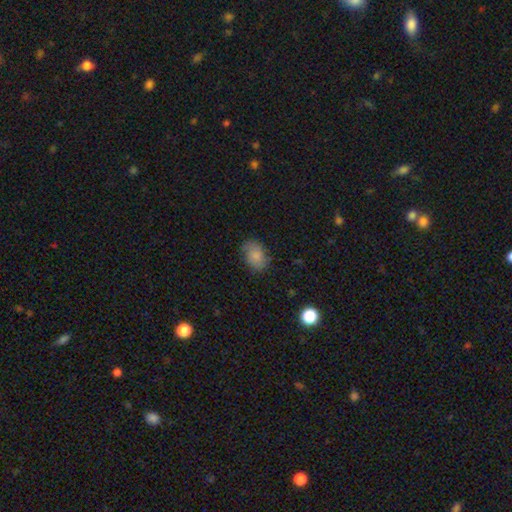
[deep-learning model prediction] smooth-or-featured: smooth: 75% | featured or disk: 16% | star or artifact: 9%
  how-rounded: in between: 81% | round: 18% | cigar-shaped: 1%
  merging: none: 72% | minor disturbance: 21% | major disturbance: 6% | merger: 1%